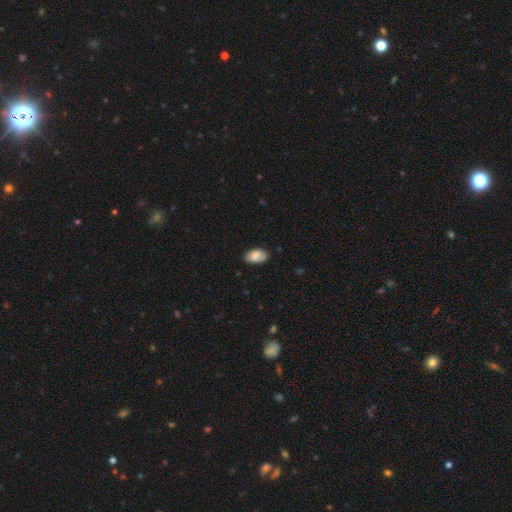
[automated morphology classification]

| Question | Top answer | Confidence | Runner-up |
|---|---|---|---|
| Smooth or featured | smooth | 80% | featured or disk (13%) |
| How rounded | in between | 93% | round (6%) |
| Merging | none | 72% | minor disturbance (23%) |